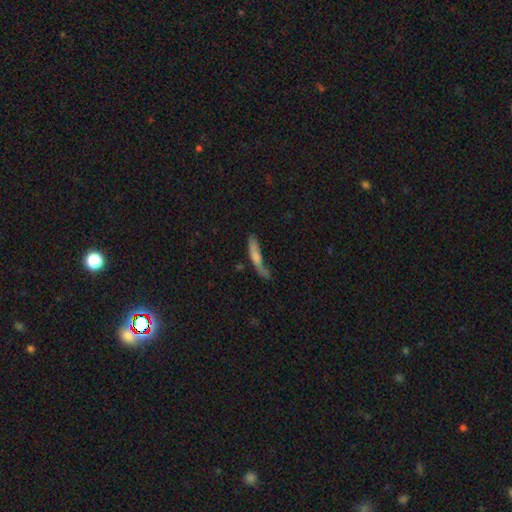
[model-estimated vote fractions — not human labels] smooth 65%, featured or disk 27%, star or artifact 8%. Down the decision tree: how rounded — cigar-shaped (80%); merging — none (43%).